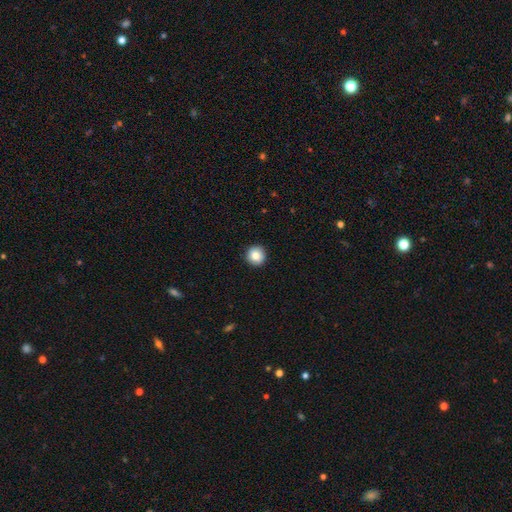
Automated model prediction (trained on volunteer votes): smooth 85%, star or artifact 9%, featured or disk 6%. Down the decision tree: how rounded — round (95%); merging — none (92%).